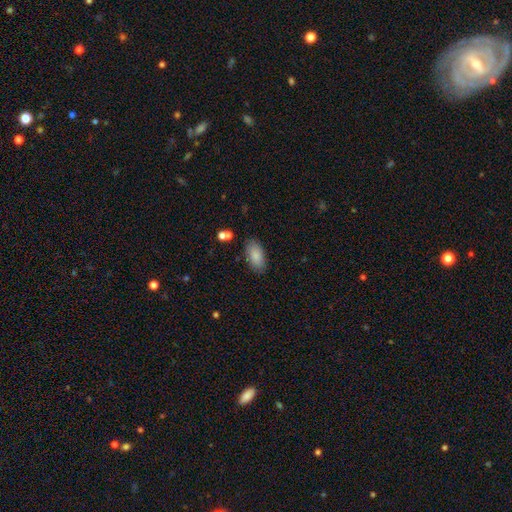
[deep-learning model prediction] smooth-or-featured: smooth: 85% | featured or disk: 7% | star or artifact: 7%
  how-rounded: in between: 93% | cigar-shaped: 4% | round: 3%
  merging: none: 82% | minor disturbance: 12% | major disturbance: 3% | merger: 3%